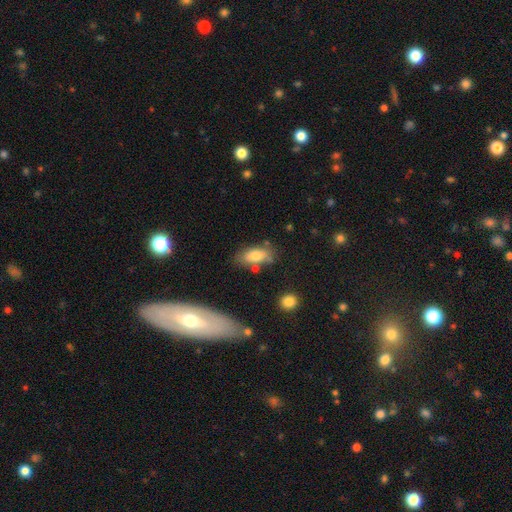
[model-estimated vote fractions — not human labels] A smooth galaxy with no disk features (72%) that is in between round and cigar-shaped (87%). Merging: none (63%).